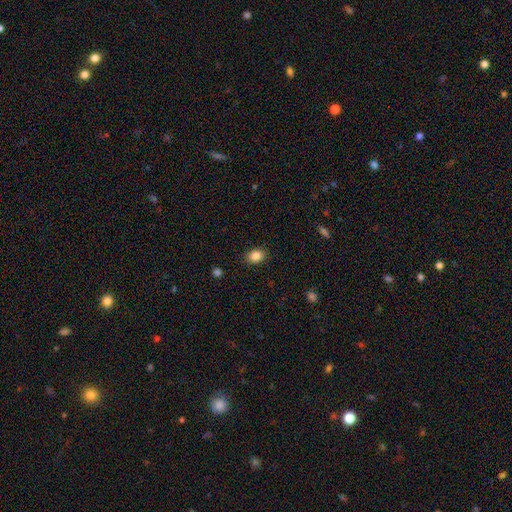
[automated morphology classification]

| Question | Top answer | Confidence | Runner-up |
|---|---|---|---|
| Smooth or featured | smooth | 86% | star or artifact (9%) |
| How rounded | in between | 68% | round (31%) |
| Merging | none | 88% | minor disturbance (9%) |